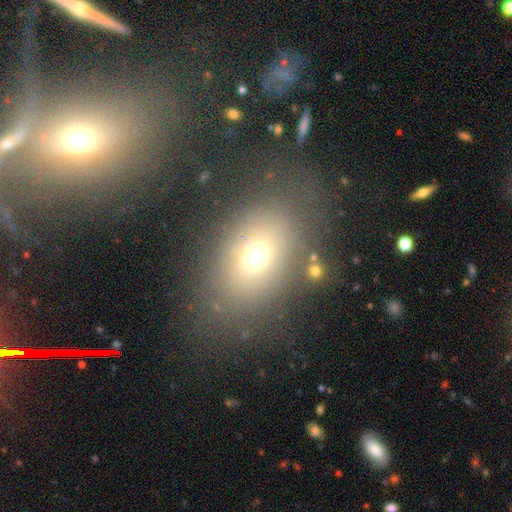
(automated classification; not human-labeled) A smooth galaxy with no disk features (67%) that is in between round and cigar-shaped (75%). Merging: none (70%).